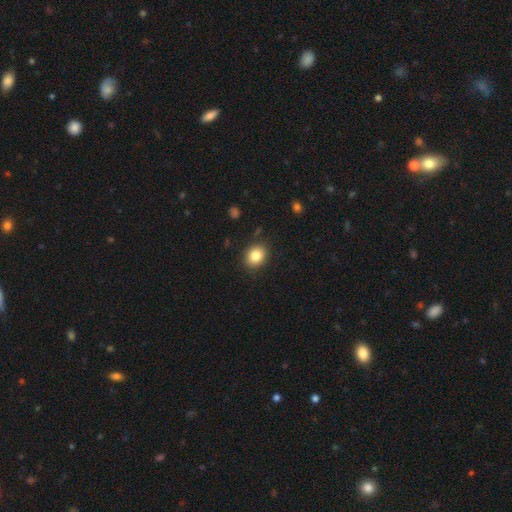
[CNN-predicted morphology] smooth-or-featured: smooth: 83% | star or artifact: 10% | featured or disk: 7%
  how-rounded: round: 56% | in between: 43% | cigar-shaped: 1%
  merging: none: 88% | minor disturbance: 9% | major disturbance: 2% | merger: 1%